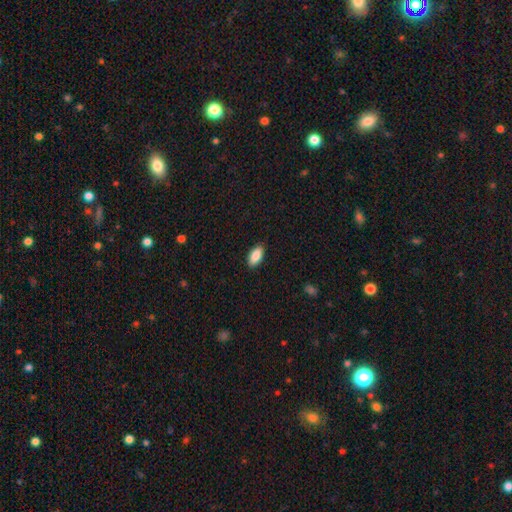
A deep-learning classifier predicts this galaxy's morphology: Q: Smooth or featured?
A: smooth (88%); runner-up: star or artifact (6%)
Q: How rounded?
A: in between (92%); runner-up: cigar-shaped (6%)
Q: Merging?
A: none (89%); runner-up: minor disturbance (8%)